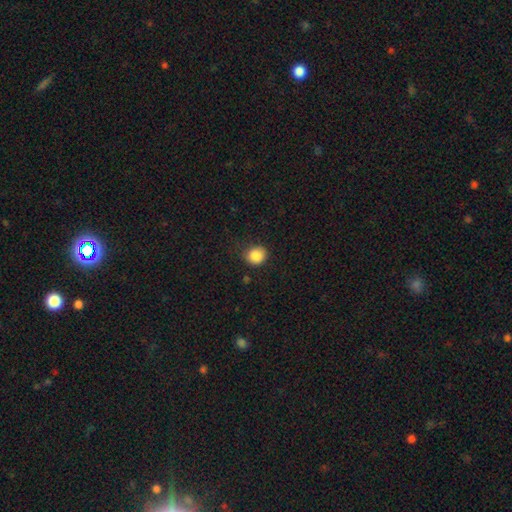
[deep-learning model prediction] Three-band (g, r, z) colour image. It shows a smooth galaxy with no disk features (87%) that is round (82%). Merging: none (77%).